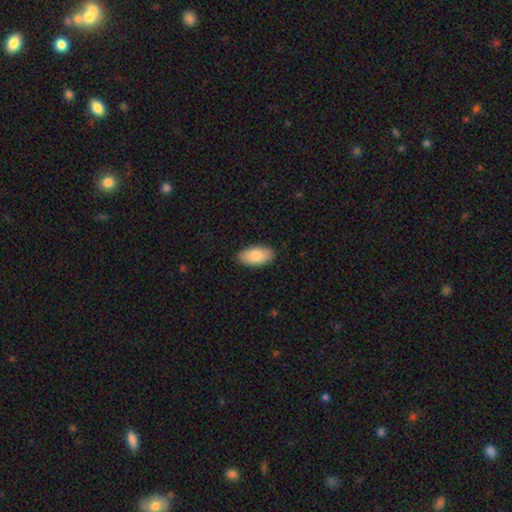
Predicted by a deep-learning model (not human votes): Morphology: type=smooth (84%); roundness=in between (95%); merging=none (89%).